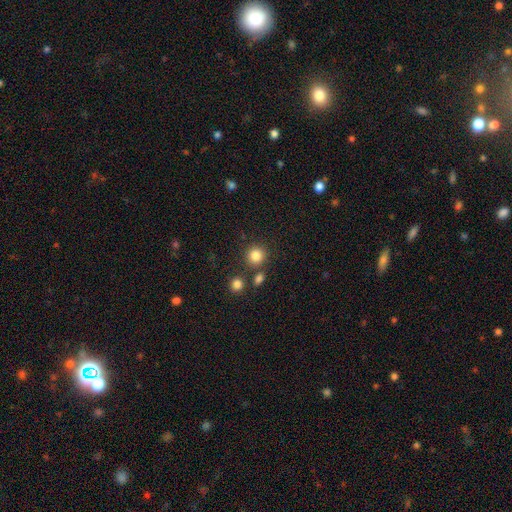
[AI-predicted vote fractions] Morphology: type=smooth (84%); roundness=round (90%); merging=none (79%).